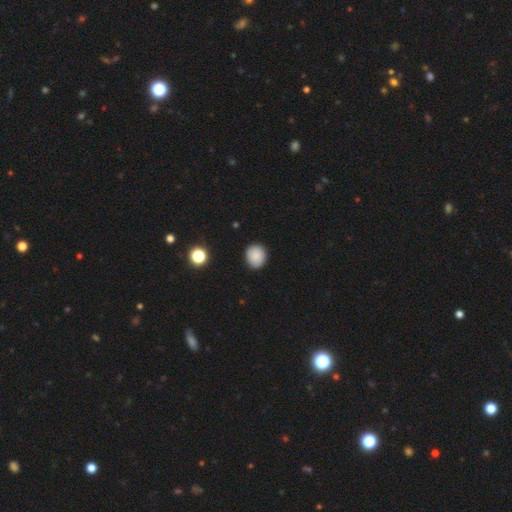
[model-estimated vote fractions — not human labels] The model was most divided on "how rounded": round: 72%, in between: 27%, cigar-shaped: 1%. More confident: merging — none (88%); smooth or featured — smooth (87%).